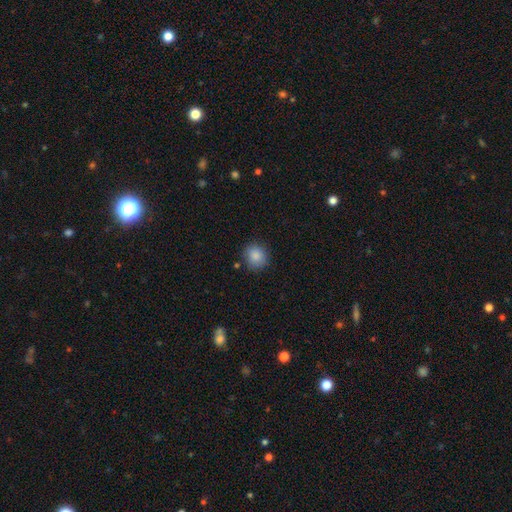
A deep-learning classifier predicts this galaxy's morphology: Smooth or featured? Predicted: smooth (p=0.87). How rounded? Predicted: round (p=0.84). Merging? Predicted: none (p=0.86).